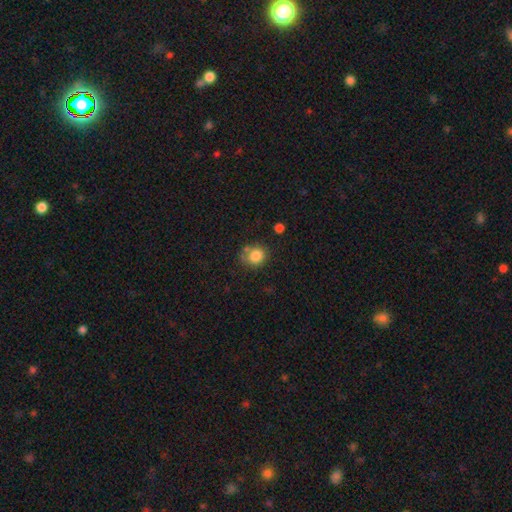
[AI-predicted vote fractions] Morphology: type=smooth (81%); roundness=round (71%); merging=none (58%).